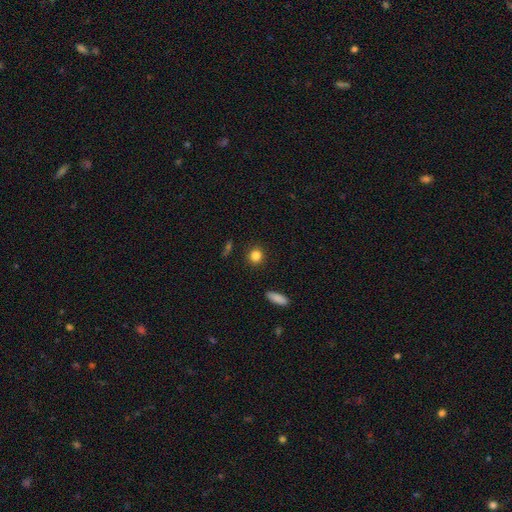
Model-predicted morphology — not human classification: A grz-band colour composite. It shows a smooth galaxy with no disk features (84%) that is round (86%). Merging: none (90%).